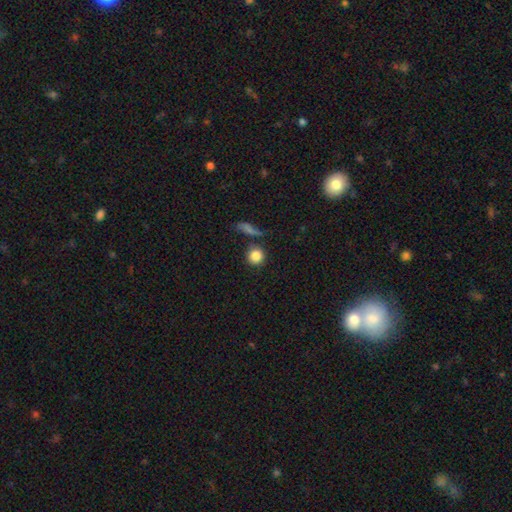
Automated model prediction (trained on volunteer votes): Smooth or featured: smooth — 84% (star or artifact — 9%)
How rounded: round — 91% (in between — 8%)
Merging: none — 76% (merger — 10%)